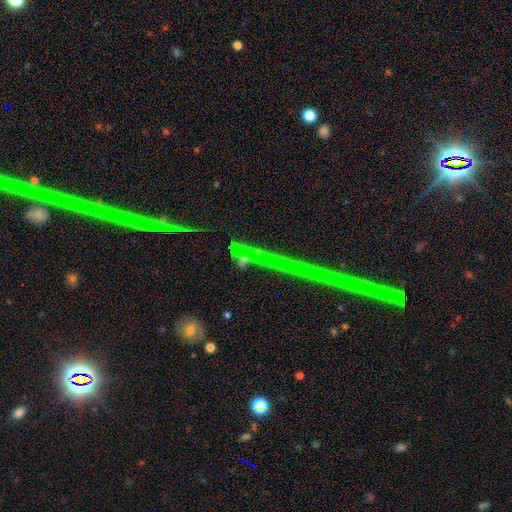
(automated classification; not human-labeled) star or artifact 71%, featured or disk 19%, smooth 10%.